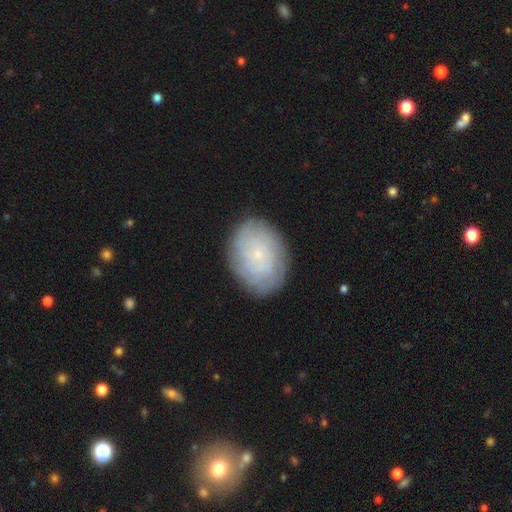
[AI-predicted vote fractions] Smooth or featured?
  - featured or disk: 48% *
  - smooth: 41%
  - star or artifact: 11%
Merging?
  - none: 83% *
  - minor disturbance: 13%
  - major disturbance: 3%
  - merger: 1%